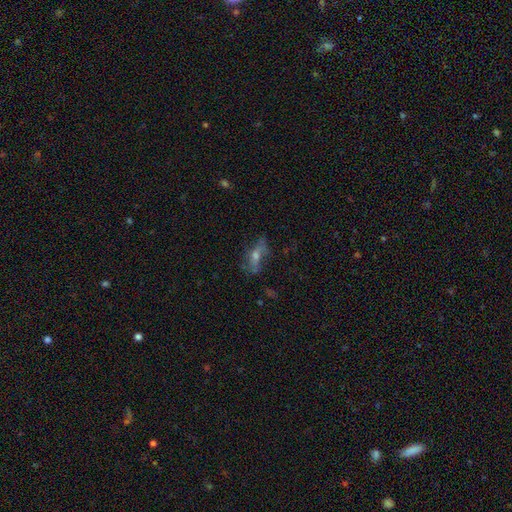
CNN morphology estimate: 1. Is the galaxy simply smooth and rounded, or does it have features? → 50% featured or disk, 35% smooth, 15% star or artifact.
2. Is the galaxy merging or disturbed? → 55% none, 23% minor disturbance, 18% major disturbance, 4% merger.